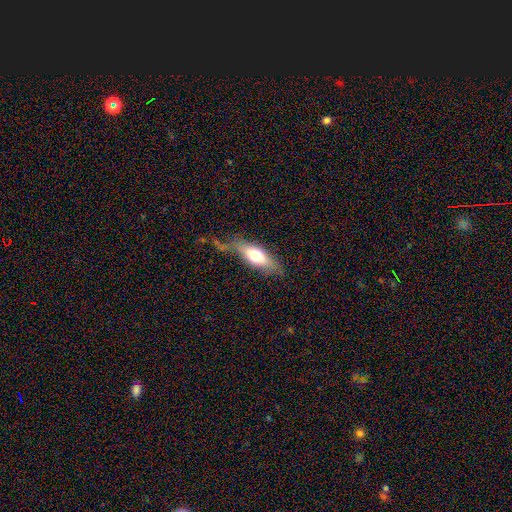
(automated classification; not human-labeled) Morphology: type=smooth (57%); roundness=in between (63%); merging=none (47%).